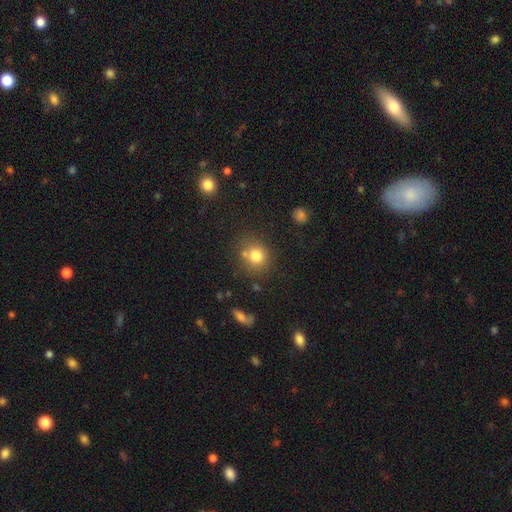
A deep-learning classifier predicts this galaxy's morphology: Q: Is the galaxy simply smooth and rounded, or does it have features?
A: smooth — 78%.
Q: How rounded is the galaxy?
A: round — 83%.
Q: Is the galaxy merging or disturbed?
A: none — 68%.